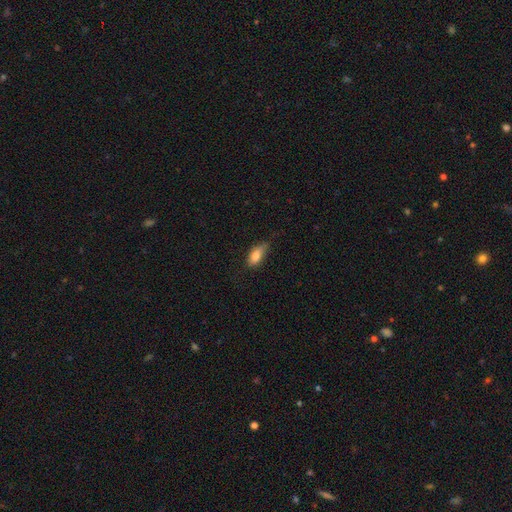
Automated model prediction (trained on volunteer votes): Smooth or featured: smooth — 82% (featured or disk — 11%)
How rounded: in between — 84% (cigar-shaped — 12%)
Merging: none — 50% (minor disturbance — 38%)